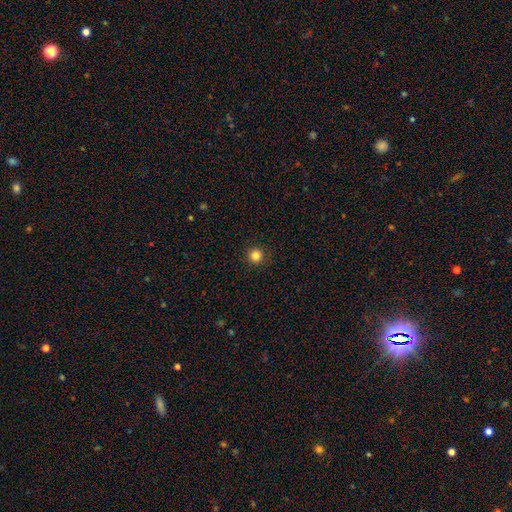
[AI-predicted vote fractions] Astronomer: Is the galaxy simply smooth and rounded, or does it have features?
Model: smooth — 83%.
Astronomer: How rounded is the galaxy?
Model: round — 96%.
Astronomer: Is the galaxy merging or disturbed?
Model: none — 92%.